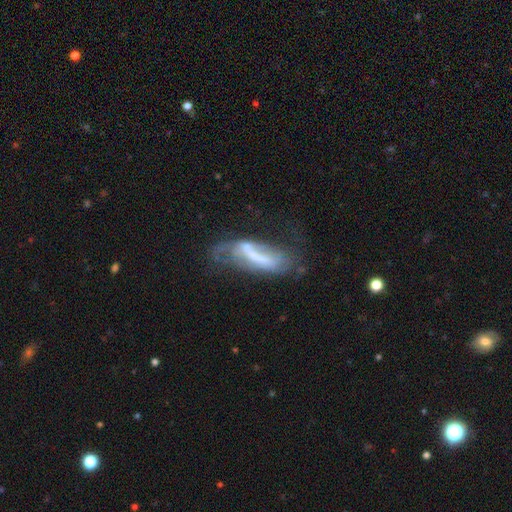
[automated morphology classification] A featured or disk galaxy (61%) with a strong bar (45%), spiral arms (53%) and no central bulge (45%). Merging: major disturbance (34%).